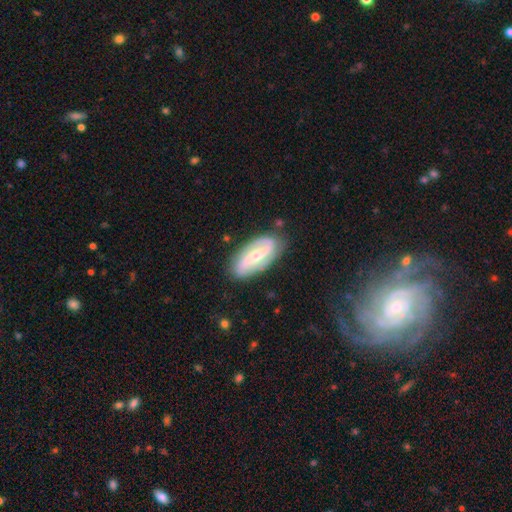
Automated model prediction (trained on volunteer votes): Overall: featured or disk (79%). Edge-on disk: no (92%). Bar: strong (49%; weak 33%). Spiral arms: yes (90%). Spiral arm count: 2 (89%). Spiral winding: loose (43%; medium 35%). Bulge size: moderate (52%; small 43%). Merging: none (82%).